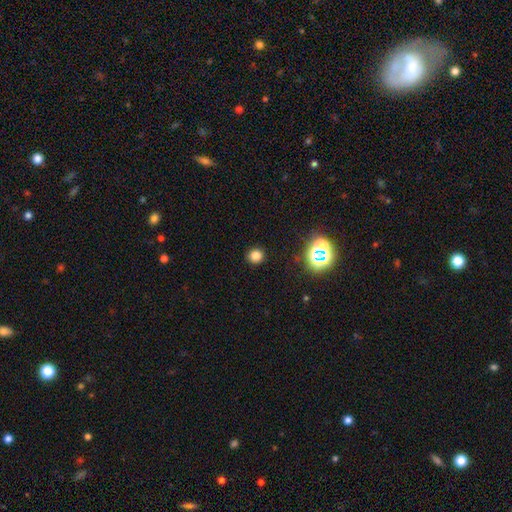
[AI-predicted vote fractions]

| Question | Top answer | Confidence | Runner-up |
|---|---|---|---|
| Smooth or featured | smooth | 77% | star or artifact (18%) |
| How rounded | round | 91% | in between (8%) |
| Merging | none | 92% | minor disturbance (5%) |